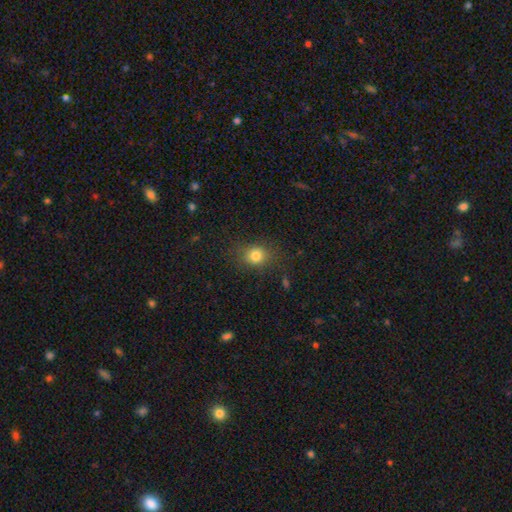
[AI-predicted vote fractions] smooth_or_featured: smooth (p=0.80) [alt: star or artifact p=0.13]
how_rounded: round (p=0.69) [alt: in between p=0.30]
merging: none (p=0.82) [alt: minor disturbance p=0.12]